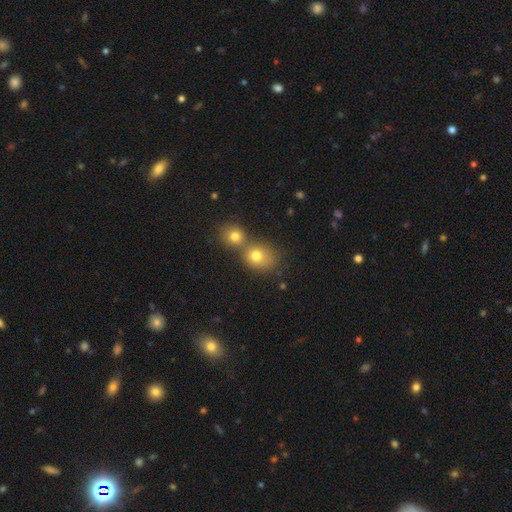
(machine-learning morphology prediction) Smooth or featured: smooth — 75% (star or artifact — 13%)
How rounded: round — 69% (in between — 30%)
Merging: merger — 53% (none — 37%)